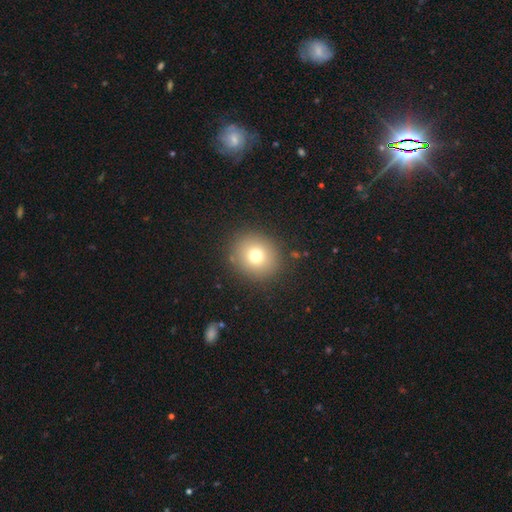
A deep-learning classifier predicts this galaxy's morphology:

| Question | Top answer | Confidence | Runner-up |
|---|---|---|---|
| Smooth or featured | smooth | 74% | star or artifact (14%) |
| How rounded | round | 86% | in between (13%) |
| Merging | none | 89% | minor disturbance (7%) |